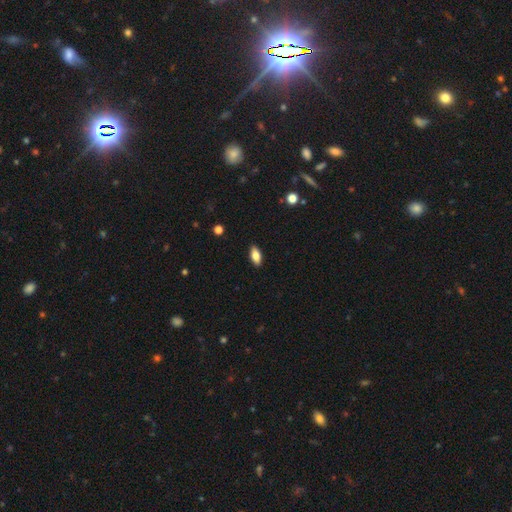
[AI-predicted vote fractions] smooth-or-featured: smooth: 80% | featured or disk: 13% | star or artifact: 7%
  how-rounded: in between: 86% | cigar-shaped: 11% | round: 3%
  merging: none: 90% | minor disturbance: 8% | major disturbance: 2% | merger: 1%